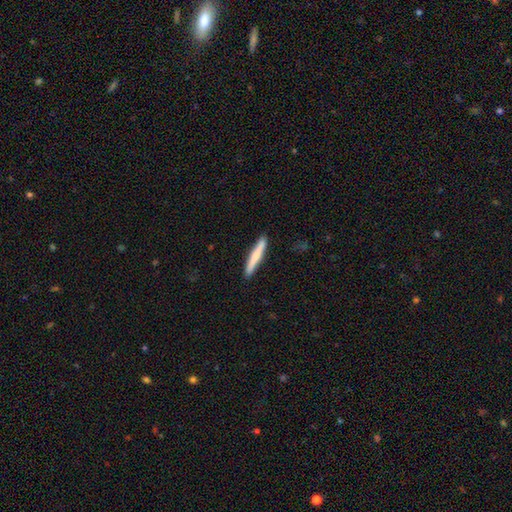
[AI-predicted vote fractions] A smooth galaxy with no disk features (66%) that is cigar-shaped (95%). Merging: none (90%).